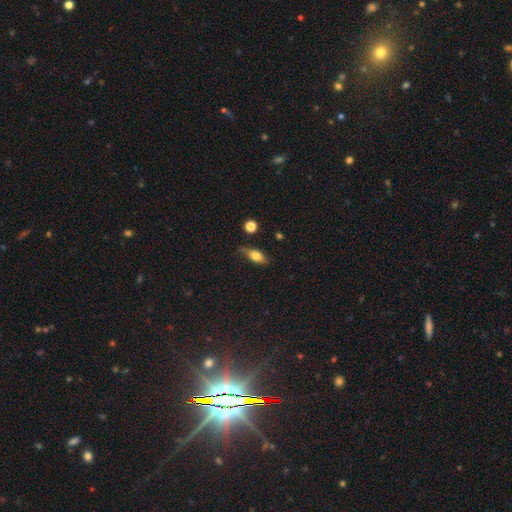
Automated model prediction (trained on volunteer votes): Smooth or featured? smooth (70%)
How rounded? in between (76%)
Merging? none (68%)